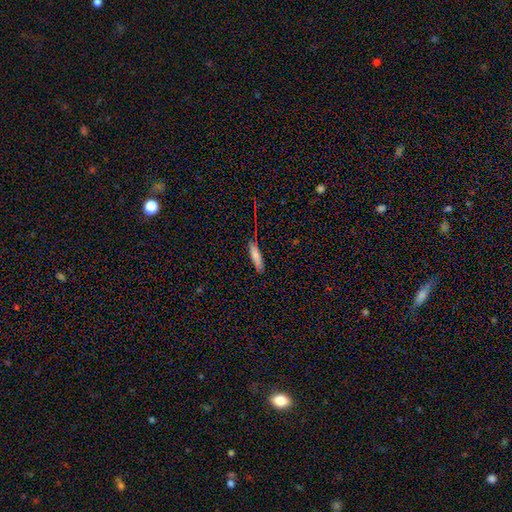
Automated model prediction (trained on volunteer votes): The model was most divided on "how rounded": cigar-shaped: 66%, in between: 32%, round: 2%. More confident: merging — none (80%); smooth or featured — smooth (78%).